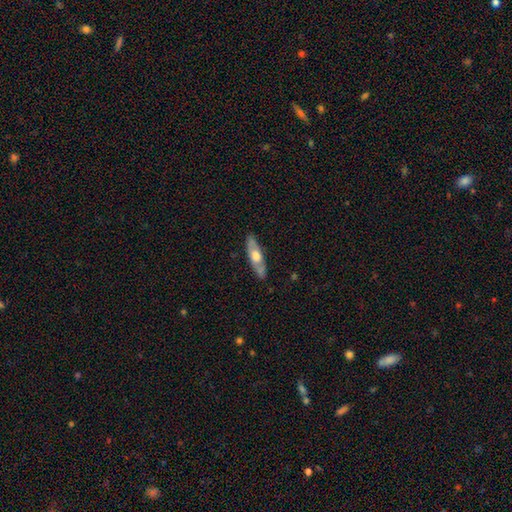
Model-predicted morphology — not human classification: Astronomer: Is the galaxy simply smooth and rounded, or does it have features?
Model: featured or disk — 54% (runner-up: smooth, 41%).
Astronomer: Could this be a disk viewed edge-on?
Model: yes — 54% (runner-up: no, 46%).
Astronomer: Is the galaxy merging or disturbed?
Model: none — 86%.